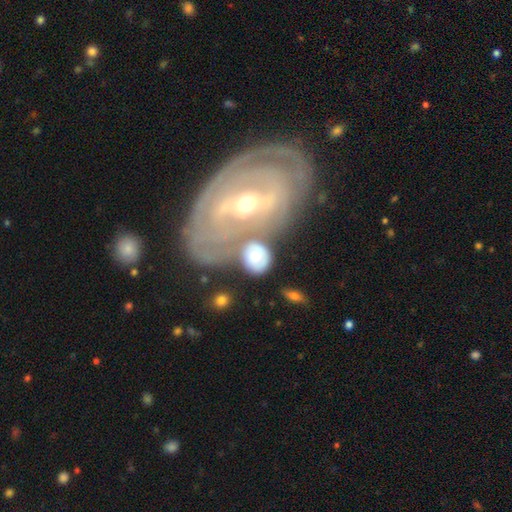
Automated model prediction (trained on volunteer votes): This is possibly a smooth galaxy (58%). How rounded: possibly round (49%, tied with in between). Merging: marginally none (44%).